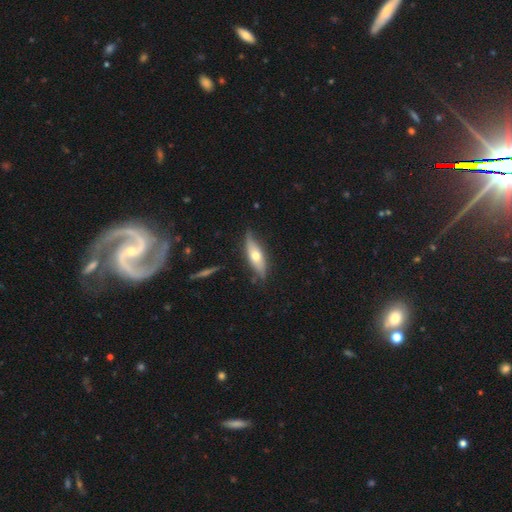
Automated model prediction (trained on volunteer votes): This is possibly a smooth galaxy (52%). How rounded: possibly in between (52%). Merging: likely none (74%).